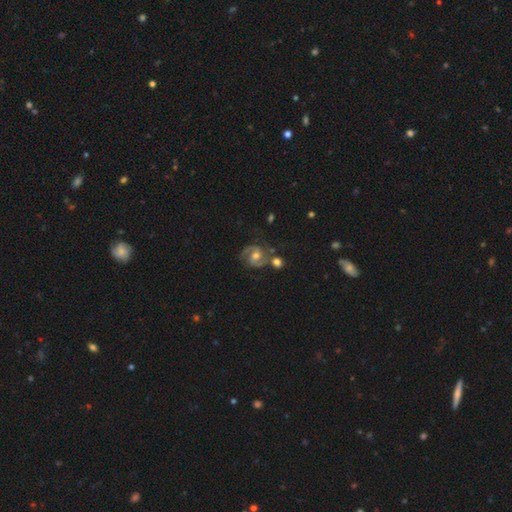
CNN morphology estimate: This appears to be a featured or disk galaxy (87%) with no bar (46%), 2 (92%) medium (56%) spiral arms (98%) and a moderate central bulge (70%). Merging: none (68%).